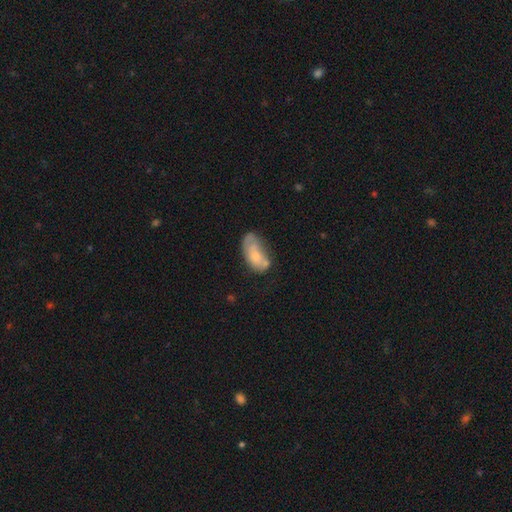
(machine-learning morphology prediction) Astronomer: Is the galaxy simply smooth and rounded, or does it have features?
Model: smooth — 61%.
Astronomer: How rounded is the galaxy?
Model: in between — 91%.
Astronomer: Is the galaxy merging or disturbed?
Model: none — 37% (runner-up: minor disturbance, 31%).